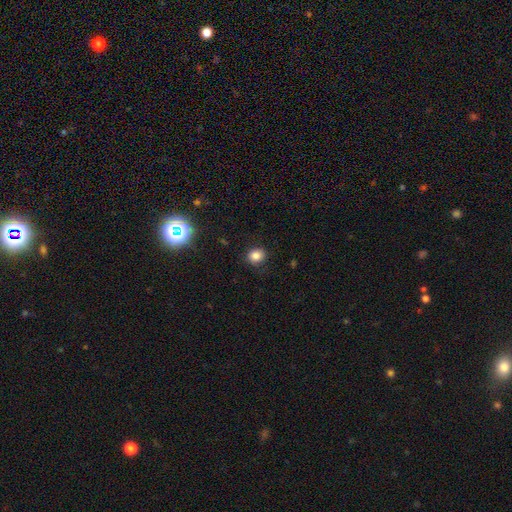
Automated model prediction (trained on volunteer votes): smooth-or-featured: smooth: 83% | star or artifact: 12% | featured or disk: 5%
  how-rounded: round: 72% | in between: 27% | cigar-shaped: 1%
  merging: none: 88% | minor disturbance: 9% | major disturbance: 3% | merger: 1%